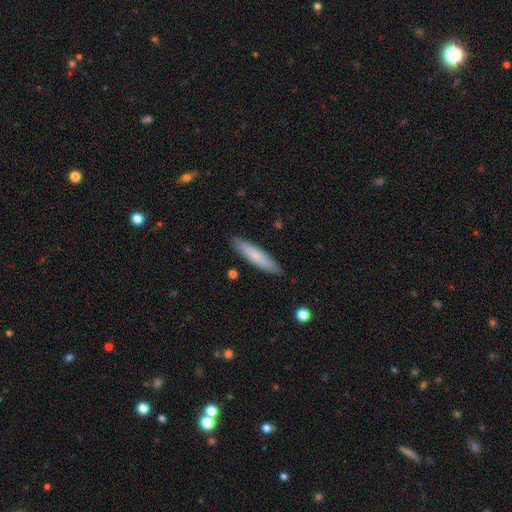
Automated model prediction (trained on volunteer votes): A smooth galaxy with no disk features (75%) that is cigar-shaped (84%). Merging: none (88%).